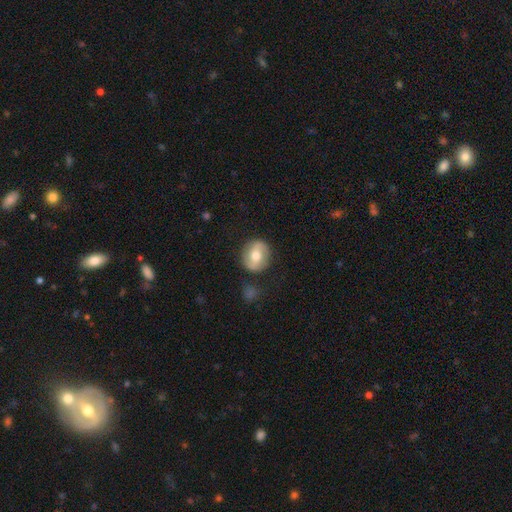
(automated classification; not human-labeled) smooth 49%, featured or disk 44%, star or artifact 7%. Down the decision tree: merging — none (81%).